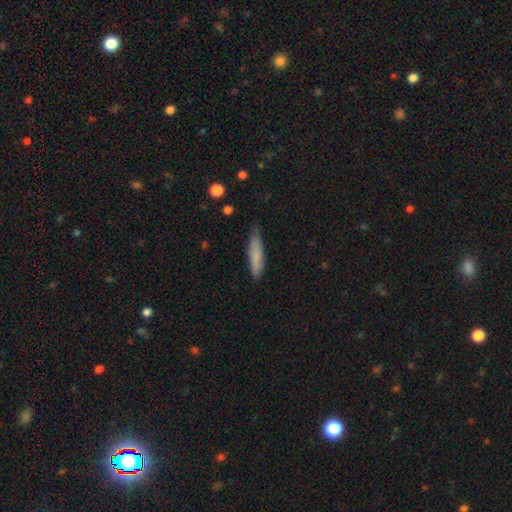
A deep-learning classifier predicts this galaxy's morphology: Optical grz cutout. It shows a smooth galaxy with no disk features (79%) that is cigar-shaped (82%). Merging: none (78%).